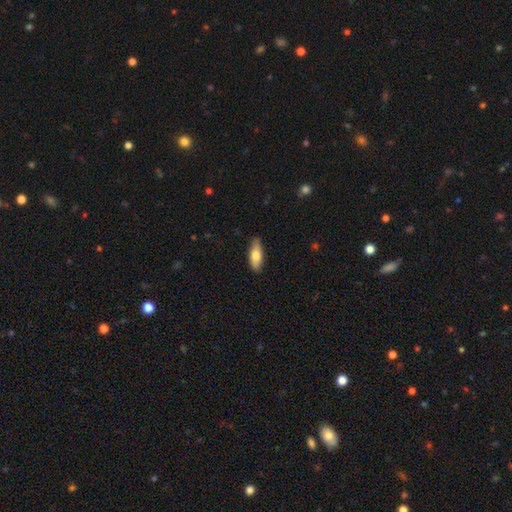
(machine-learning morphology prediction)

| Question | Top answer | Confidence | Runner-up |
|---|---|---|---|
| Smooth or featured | smooth | 71% | featured or disk (23%) |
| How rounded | in between | 67% | cigar-shaped (31%) |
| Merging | none | 86% | minor disturbance (11%) |